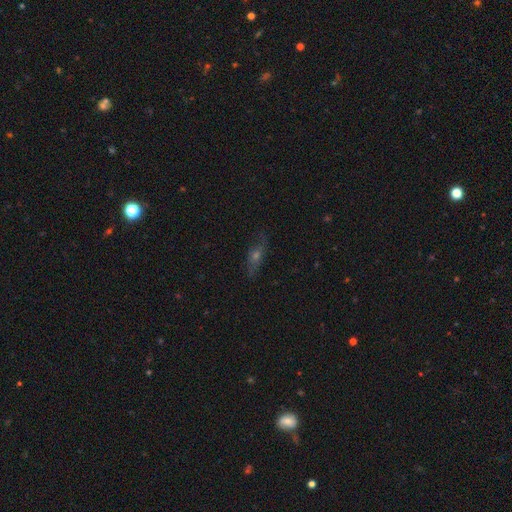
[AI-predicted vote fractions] Q: Smooth or featured?
A: featured or disk (49%); runner-up: smooth (31%)
Q: Merging?
A: none (78%); runner-up: minor disturbance (15%)